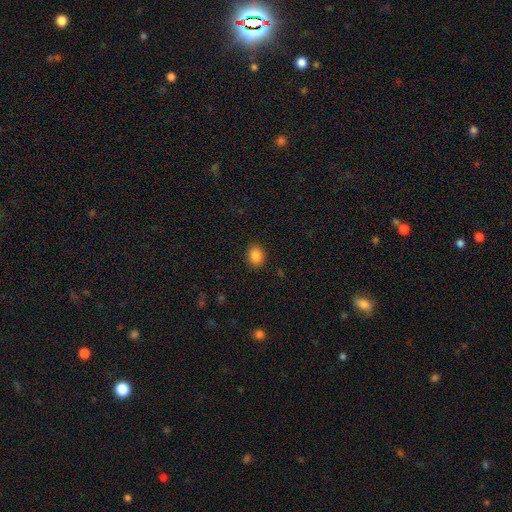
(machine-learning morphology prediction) Q: Smooth or featured?
A: smooth (87%); runner-up: star or artifact (10%)
Q: How rounded?
A: round (53%); runner-up: in between (46%)
Q: Merging?
A: none (89%); runner-up: minor disturbance (7%)